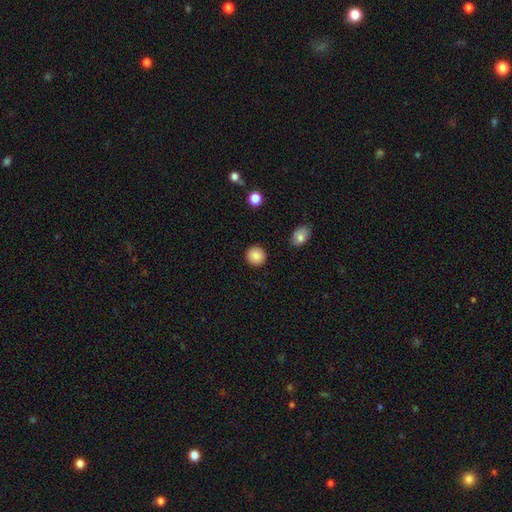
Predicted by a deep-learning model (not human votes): Q: Smooth or featured?
A: smooth (87%); runner-up: star or artifact (9%)
Q: How rounded?
A: round (92%); runner-up: in between (7%)
Q: Merging?
A: none (91%); runner-up: minor disturbance (5%)